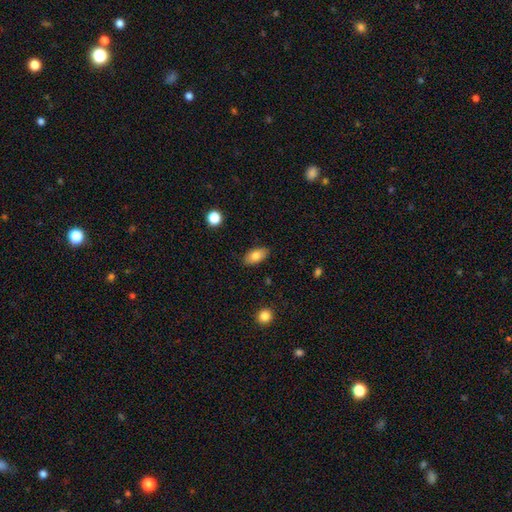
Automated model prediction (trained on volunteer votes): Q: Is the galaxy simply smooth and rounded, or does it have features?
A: smooth — 81%.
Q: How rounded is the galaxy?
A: in between — 91%.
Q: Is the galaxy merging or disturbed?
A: none — 87%.